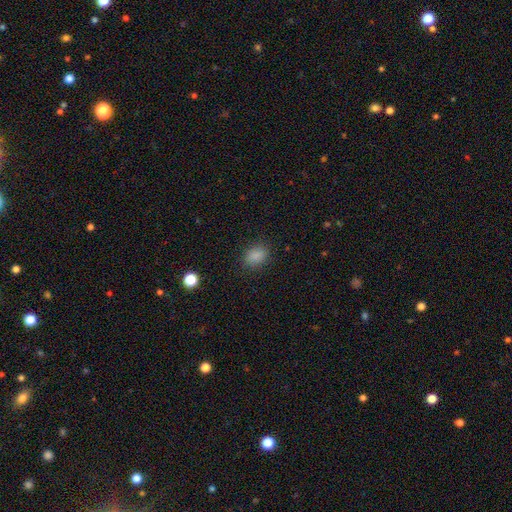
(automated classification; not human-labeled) smooth_or_featured: smooth (p=0.86) [alt: star or artifact p=0.11]
how_rounded: in between (p=0.72) [alt: round p=0.27]
merging: none (p=0.84) [alt: minor disturbance p=0.11]